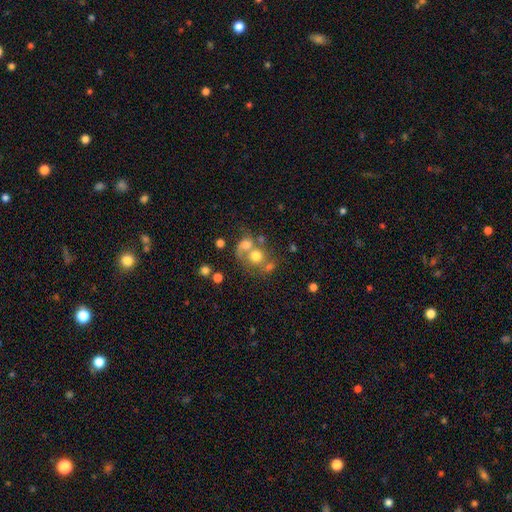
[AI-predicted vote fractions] Smooth or featured?
  - smooth: 60% *
  - featured or disk: 27%
  - star or artifact: 13%
How rounded?
  - round: 77% *
  - in between: 22%
  - cigar-shaped: 1%
Merging?
  - merger: 49% *
  - none: 30%
  - major disturbance: 12%
  - minor disturbance: 9%